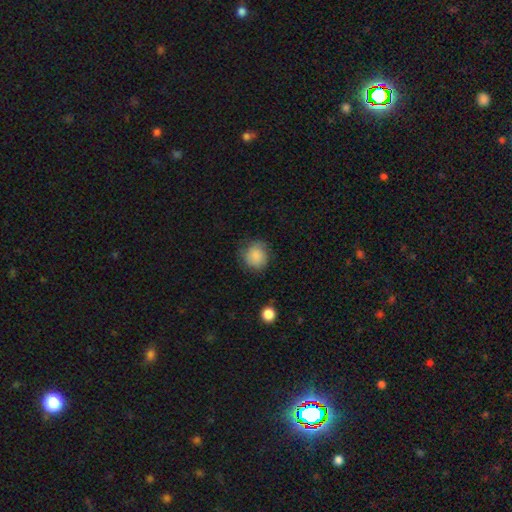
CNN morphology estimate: A smooth galaxy with no disk features (85%) that is round (80%).

Vote fractions:
- Smooth or featured? smooth: 85% / star or artifact: 8% / featured or disk: 7%
- How rounded? round: 80% / in between: 19% / cigar-shaped: 1%
- Merging? none: 70% / minor disturbance: 22% / major disturbance: 7% / merger: 2%